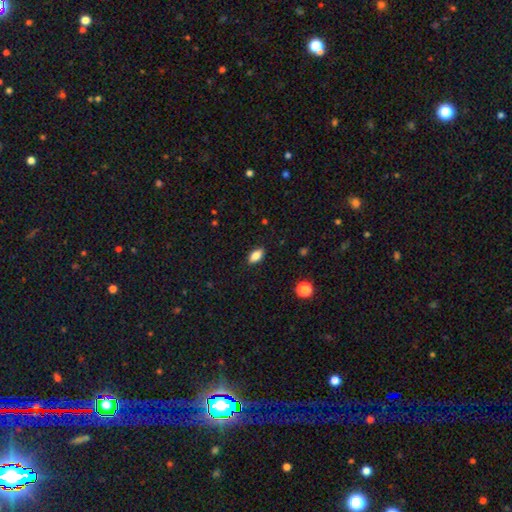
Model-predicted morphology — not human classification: This is clearly a smooth galaxy (84%). How rounded: clearly in between (89%). Merging: clearly none (88%).